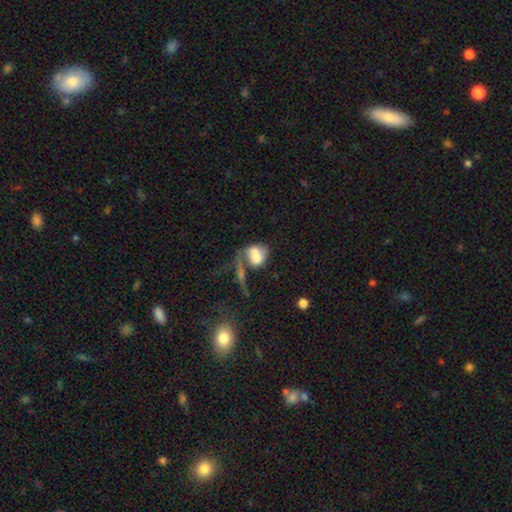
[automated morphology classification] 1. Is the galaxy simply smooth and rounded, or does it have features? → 56% smooth, 33% featured or disk, 11% star or artifact.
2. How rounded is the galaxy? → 63% in between, 34% round, 3% cigar-shaped.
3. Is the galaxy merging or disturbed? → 36% merger, 25% major disturbance, 24% none, 15% minor disturbance.